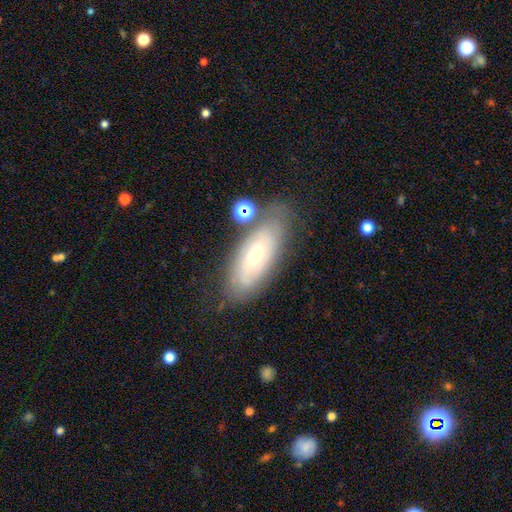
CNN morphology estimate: Smooth or featured: featured or disk — 57% (smooth — 35%)
Edge-on disk: no — 84% (yes — 16%)
Merging: none — 70% (minor disturbance — 19%)